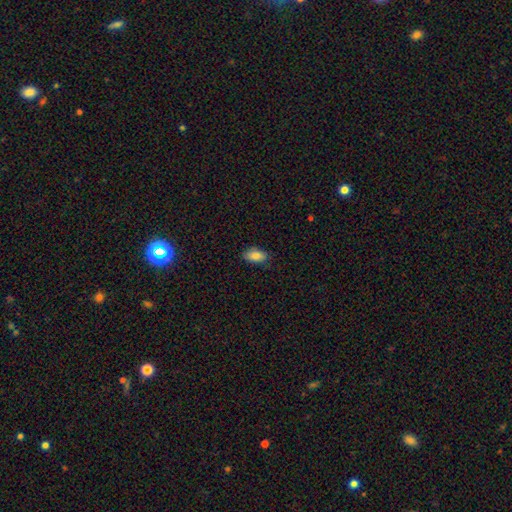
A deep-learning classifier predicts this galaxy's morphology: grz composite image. It shows a smooth galaxy with no disk features (85%) that is in between round and cigar-shaped (92%). Merging: none (83%).